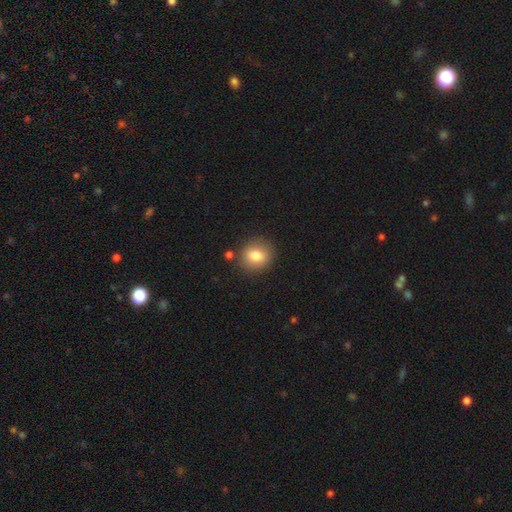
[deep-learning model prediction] This appears to be a smooth galaxy with no disk features (81%) that is round (76%). Merging: none (84%).